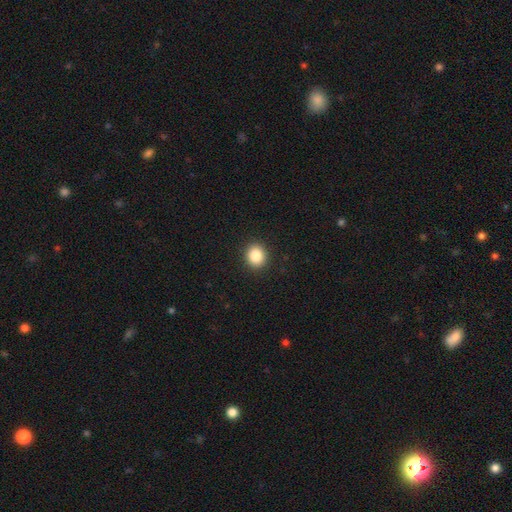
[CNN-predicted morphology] Smooth or featured? smooth (86%)
How rounded? round (79%)
Merging? none (92%)